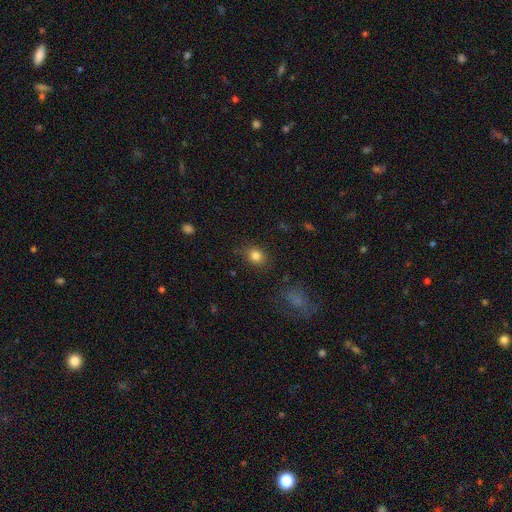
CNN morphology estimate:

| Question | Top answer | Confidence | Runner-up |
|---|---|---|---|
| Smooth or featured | smooth | 83% | star or artifact (11%) |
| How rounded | round | 57% | in between (42%) |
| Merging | none | 83% | minor disturbance (12%) |